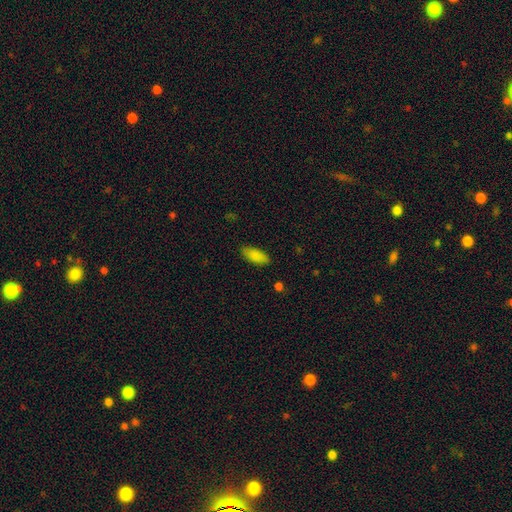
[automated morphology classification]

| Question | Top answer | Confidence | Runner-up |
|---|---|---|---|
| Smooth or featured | smooth | 87% | star or artifact (7%) |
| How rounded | in between | 83% | cigar-shaped (15%) |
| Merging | none | 85% | minor disturbance (11%) |